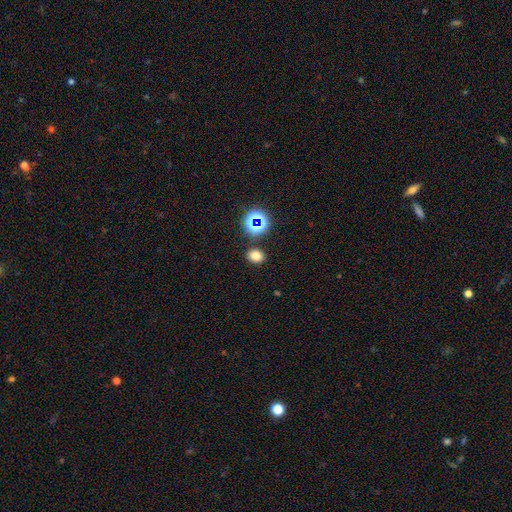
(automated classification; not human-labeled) Overall: smooth (75%). How rounded: in between (51%; round 48%). Merging: none (86%).